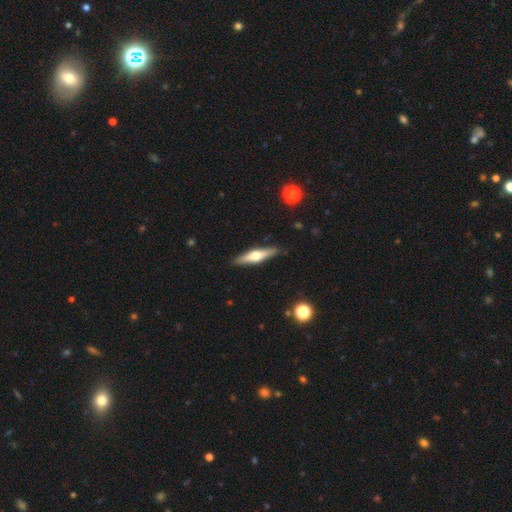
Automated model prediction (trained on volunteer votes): Q: Smooth or featured?
A: featured or disk (59%); runner-up: smooth (36%)
Q: Edge-on disk?
A: yes (95%); runner-up: no (5%)
Q: Edge-on bulge?
A: rounded (93%); runner-up: boxy (4%)
Q: Merging?
A: none (90%); runner-up: minor disturbance (8%)